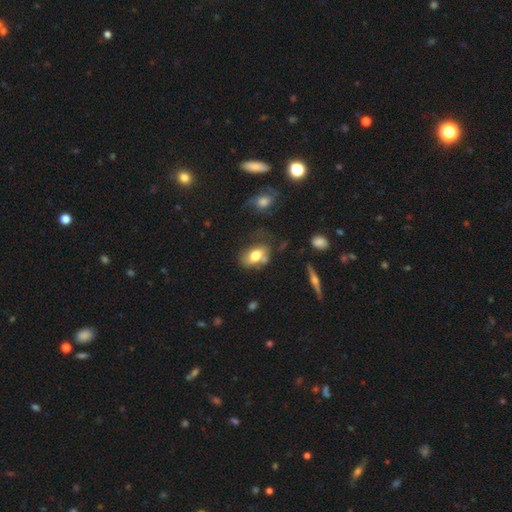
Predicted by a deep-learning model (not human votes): Overall: smooth (67%). How rounded: in between (85%). Merging: none (49%; minor disturbance 25%).